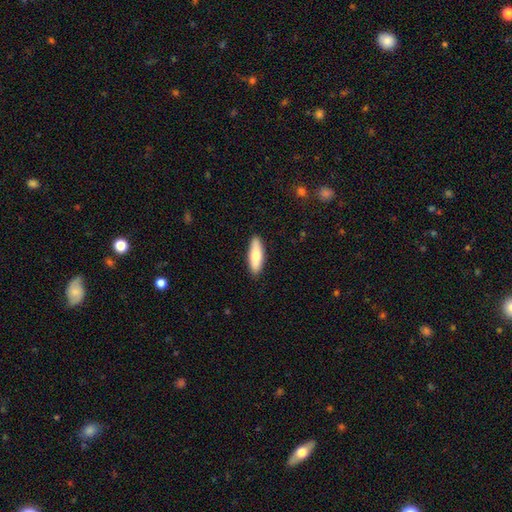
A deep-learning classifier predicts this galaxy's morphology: Smooth or featured?
  - smooth: 74% *
  - featured or disk: 20%
  - star or artifact: 5%
How rounded?
  - in between: 51% *
  - cigar-shaped: 47%
  - round: 2%
Merging?
  - none: 89% *
  - minor disturbance: 8%
  - major disturbance: 2%
  - merger: 1%